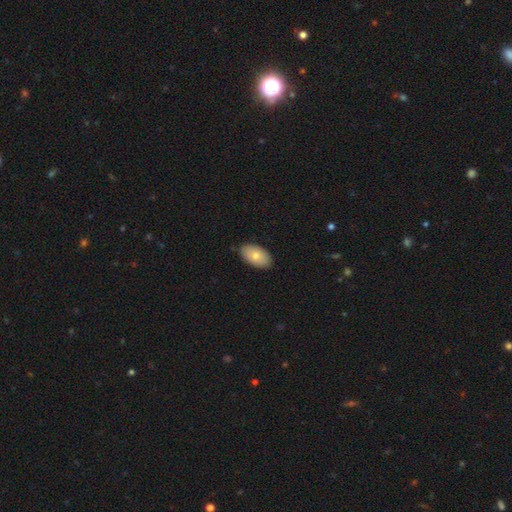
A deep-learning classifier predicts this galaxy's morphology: Smooth or featured: smooth — 77% (featured or disk — 17%)
How rounded: in between — 94% (round — 4%)
Merging: none — 88% (minor disturbance — 9%)